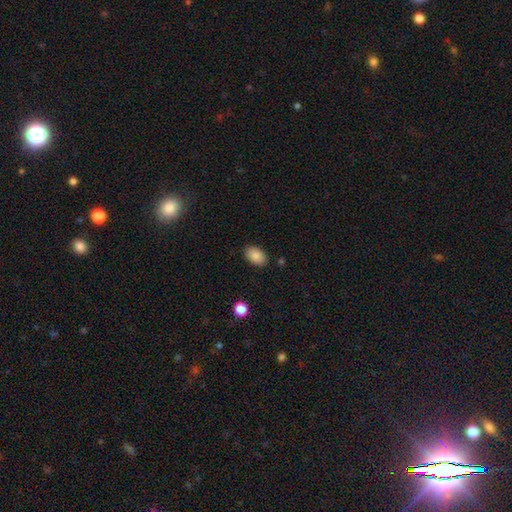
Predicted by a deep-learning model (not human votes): This appears to be a smooth galaxy with no disk features (86%) that is in between round and cigar-shaped (90%). Merging: none (87%).